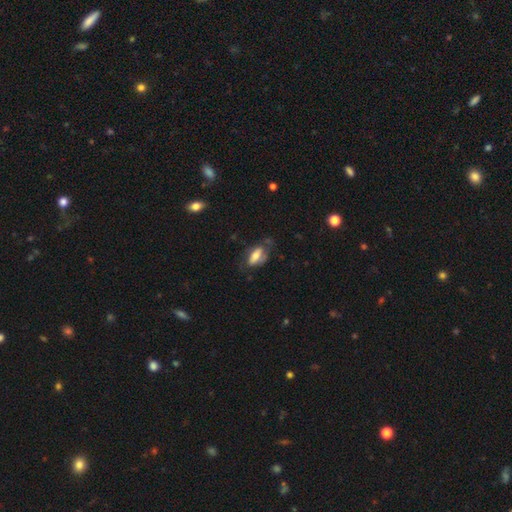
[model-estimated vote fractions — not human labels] Smooth or featured? Predicted: smooth (p=0.55). How rounded? Predicted: in between (p=0.85). Merging? Predicted: none (p=0.49).